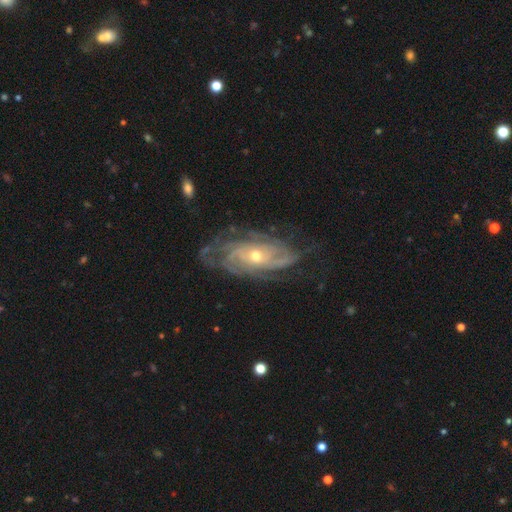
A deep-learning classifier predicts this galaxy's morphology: This is clearly a featured or disk galaxy (86%). It is clearly not viewed edge-on (92%). Bar: likely no (73%). Spiral arm pattern: clearly yes (93%). Spiral arm count: marginally can't tell (42%). Spiral winding: likely tight (63%). Central bulge: possibly small (53%). Merging: likely none (69%).